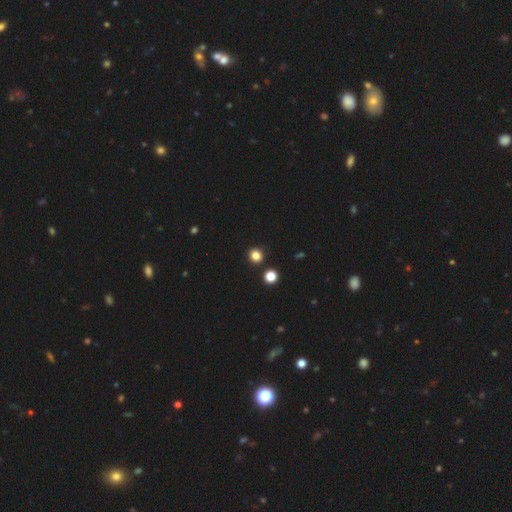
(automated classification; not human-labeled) Q: Smooth or featured?
A: smooth (83%); runner-up: star or artifact (14%)
Q: How rounded?
A: round (87%); runner-up: in between (12%)
Q: Merging?
A: none (89%); runner-up: minor disturbance (5%)